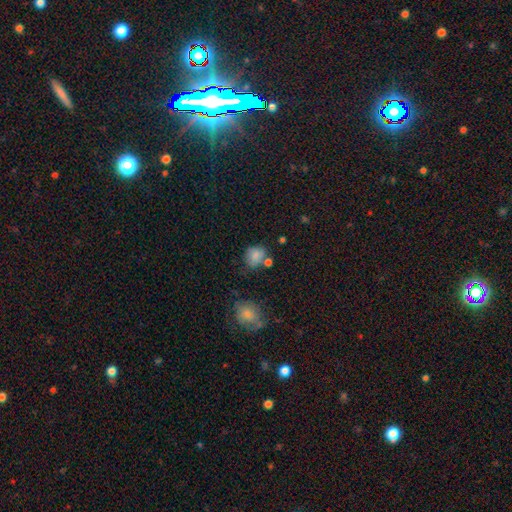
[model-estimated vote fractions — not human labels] Overall: smooth (79%). How rounded: round (55%; in between 44%). Merging: none (51%; minor disturbance 24%).